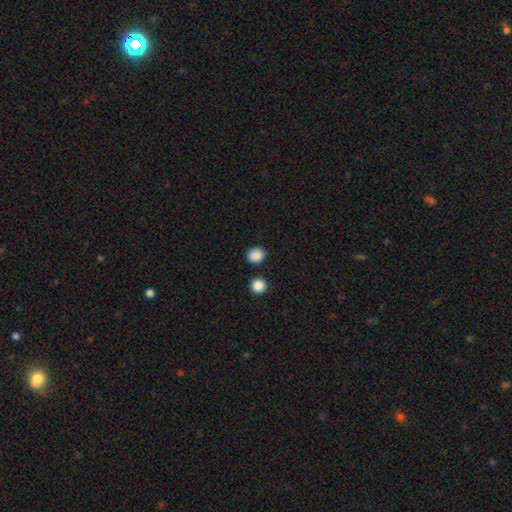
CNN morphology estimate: Smooth or featured? smooth (87%)
How rounded? round (69%)
Merging? none (84%)